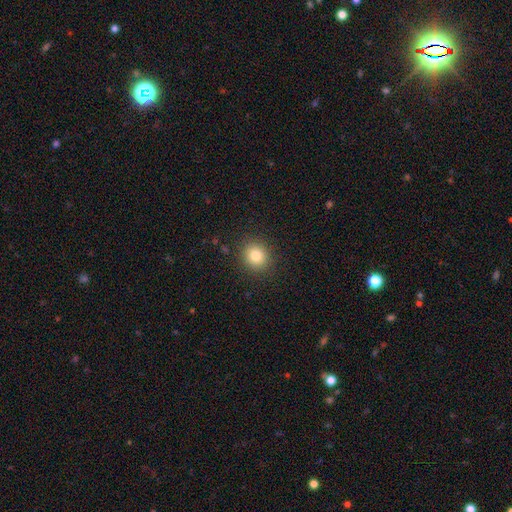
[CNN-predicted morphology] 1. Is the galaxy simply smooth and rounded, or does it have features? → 82% smooth, 11% star or artifact, 7% featured or disk.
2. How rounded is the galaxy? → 84% round, 15% in between, 1% cigar-shaped.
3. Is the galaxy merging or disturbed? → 90% none, 7% minor disturbance, 2% major disturbance, 1% merger.